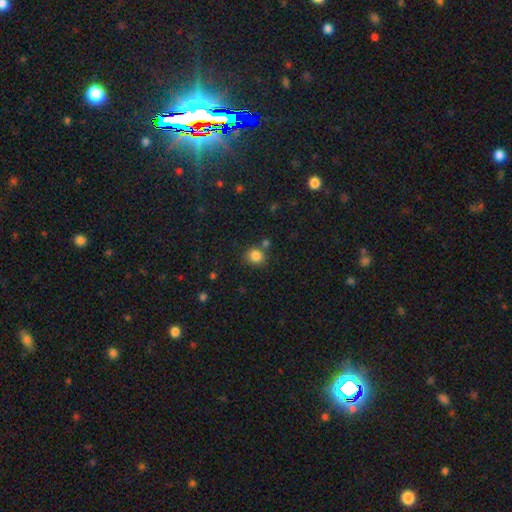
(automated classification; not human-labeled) Overall: smooth (84%). How rounded: round (80%). Merging: none (73%).